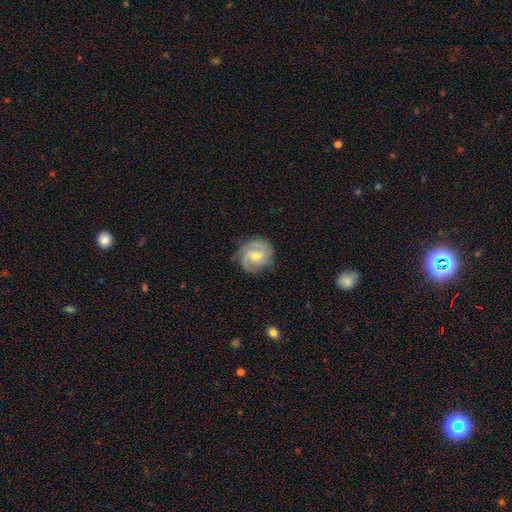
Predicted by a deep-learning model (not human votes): Smooth or featured? featured or disk (76%)
Edge-on disk? no (97%)
Bar? no (45%)
Spiral arms? yes (93%)
Spiral winding? tight (42%)
Spiral arm count? 2 (46%)
Bulge size? moderate (53%)
Merging? none (74%)